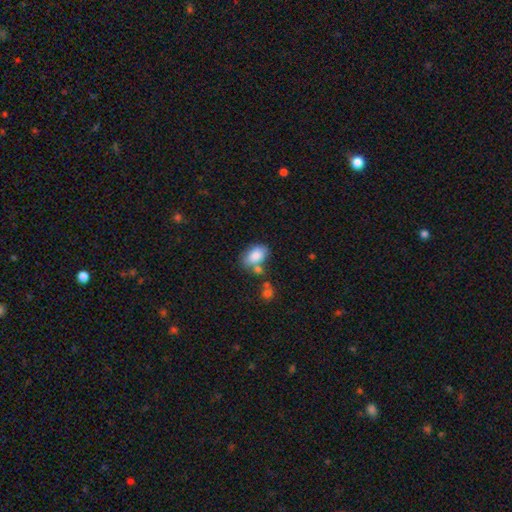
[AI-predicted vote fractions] A smooth galaxy with no disk features (84%) that is in between round and cigar-shaped (89%). Merging: none (56%).